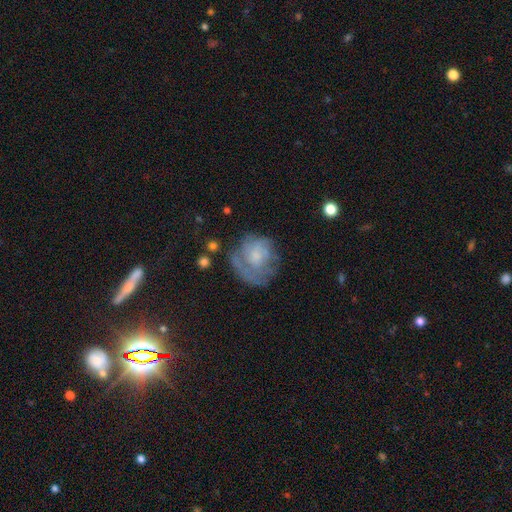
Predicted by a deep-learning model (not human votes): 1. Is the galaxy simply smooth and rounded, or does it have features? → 52% featured or disk, 38% smooth, 10% star or artifact.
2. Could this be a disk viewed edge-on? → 97% no, 3% yes.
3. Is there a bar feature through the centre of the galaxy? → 79% no, 18% weak, 3% strong.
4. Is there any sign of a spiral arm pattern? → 56% yes, 44% no.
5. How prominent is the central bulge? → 35% small, 34% moderate, 21% none, 8% large, 2% dominant.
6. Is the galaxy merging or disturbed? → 50% none, 23% minor disturbance, 23% major disturbance, 3% merger.